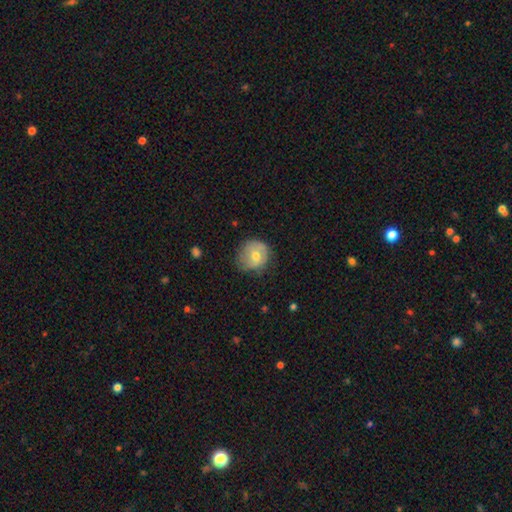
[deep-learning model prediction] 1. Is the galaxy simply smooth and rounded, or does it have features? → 58% smooth, 35% featured or disk, 8% star or artifact.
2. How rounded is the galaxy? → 82% round, 18% in between, 1% cigar-shaped.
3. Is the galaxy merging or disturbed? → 61% none, 29% minor disturbance, 9% major disturbance, 1% merger.